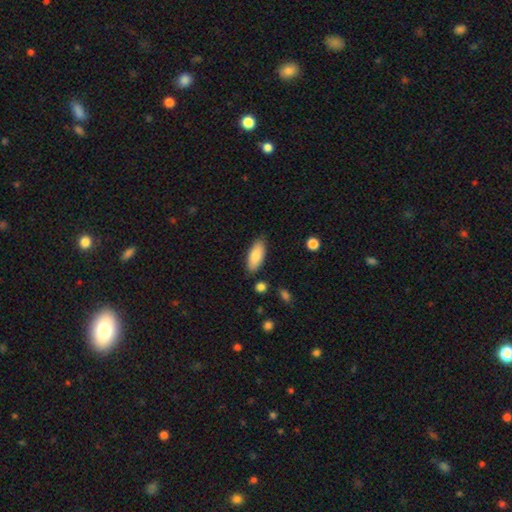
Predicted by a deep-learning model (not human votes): Overall: smooth (84%). How rounded: in between (82%). Merging: none (82%).